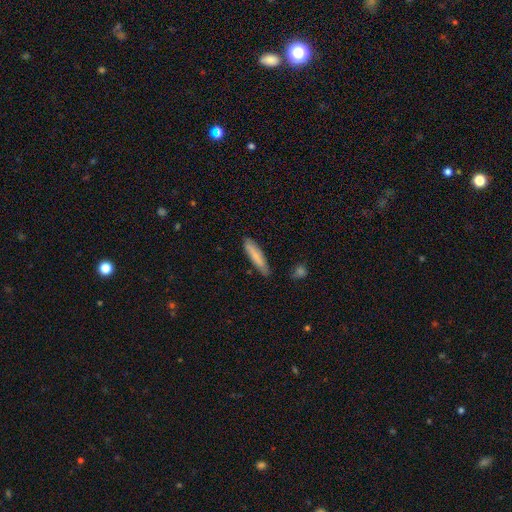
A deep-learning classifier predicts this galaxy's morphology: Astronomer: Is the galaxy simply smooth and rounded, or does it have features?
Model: smooth — 79%.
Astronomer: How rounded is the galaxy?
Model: cigar-shaped — 85%.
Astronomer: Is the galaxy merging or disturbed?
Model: none — 83%.